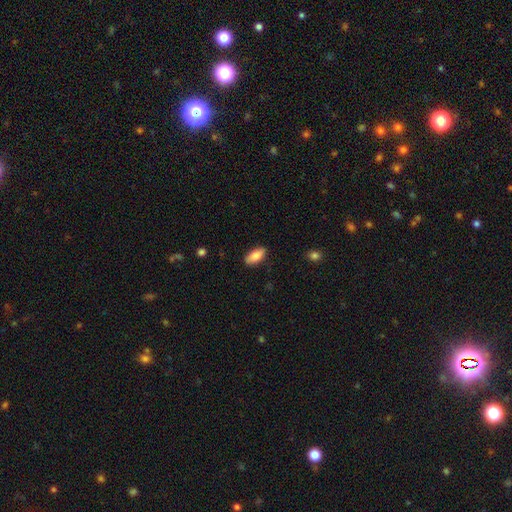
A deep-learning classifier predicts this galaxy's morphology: smooth 84%, featured or disk 9%, star or artifact 6%. Down the decision tree: how rounded — in between (87%); merging — none (85%).